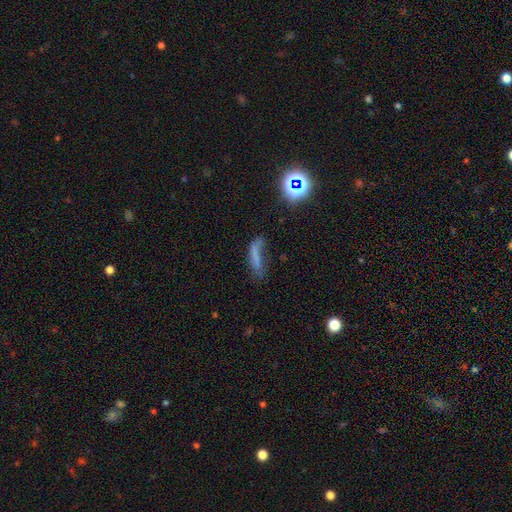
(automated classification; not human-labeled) Smooth or featured? Predicted: smooth (p=0.57). How rounded? Predicted: cigar-shaped (p=0.63). Merging? Predicted: none (p=0.37).